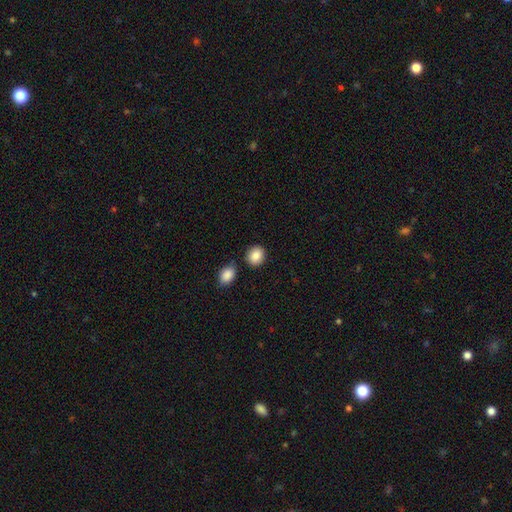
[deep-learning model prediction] Smooth or featured? smooth (88%)
How rounded? round (62%)
Merging? none (78%)